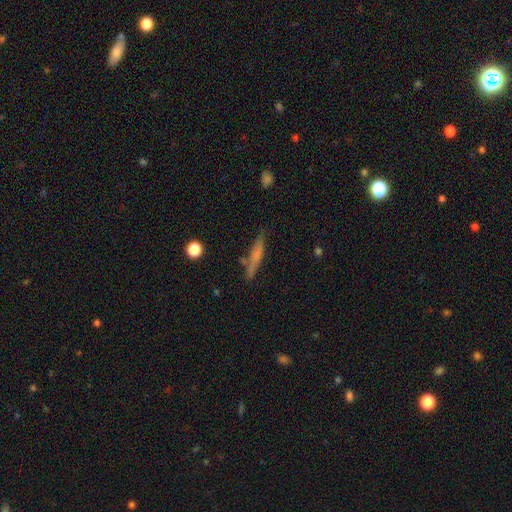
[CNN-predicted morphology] type=smooth (56%); roundness=cigar-shaped (91%); merging=none (78%).